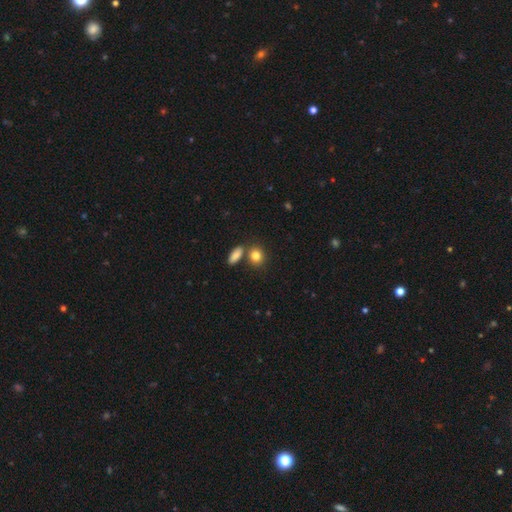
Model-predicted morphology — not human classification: This is clearly a smooth galaxy (84%). How rounded: likely round (60%). Merging: likely none (66%).